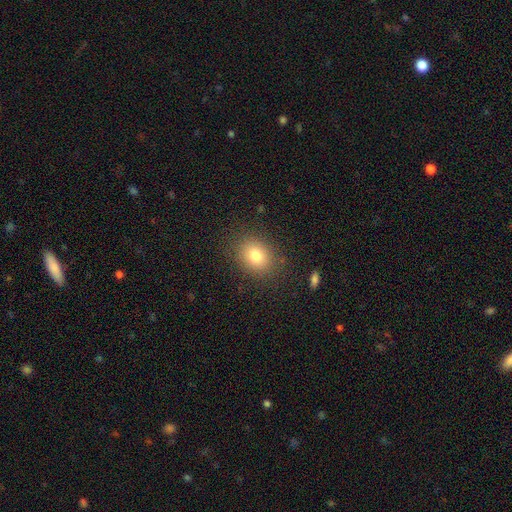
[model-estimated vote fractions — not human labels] smooth-or-featured: smooth: 79% | star or artifact: 11% | featured or disk: 9%
  how-rounded: round: 51% | in between: 48% | cigar-shaped: 1%
  merging: none: 85% | minor disturbance: 10% | major disturbance: 4% | merger: 1%